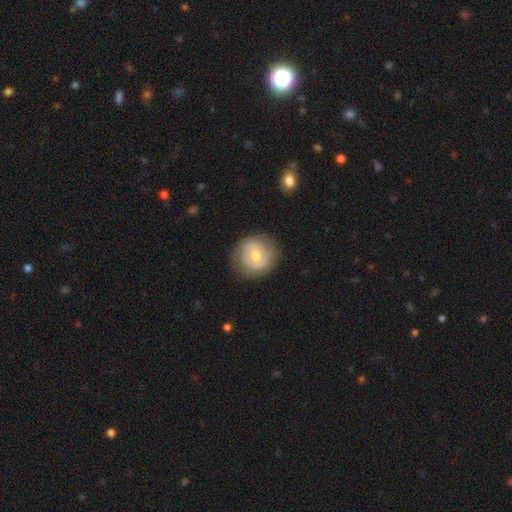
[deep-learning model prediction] Smooth or featured? Predicted: featured or disk (p=0.53). Edge-on disk? Predicted: no (p=0.97). Bar? Predicted: no (p=0.59). Spiral arms? Predicted: yes (p=0.67). Bulge size? Predicted: moderate (p=0.61). Merging? Predicted: none (p=0.79).